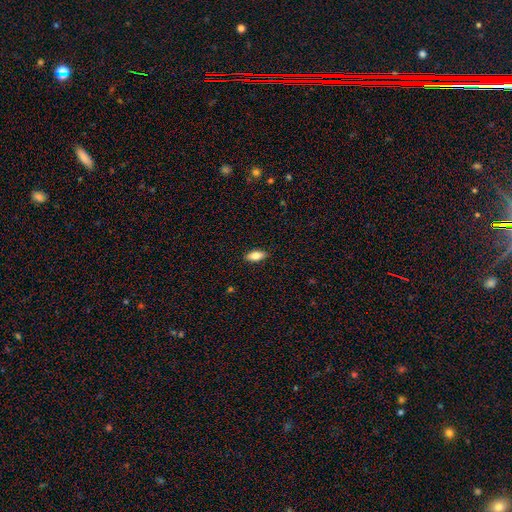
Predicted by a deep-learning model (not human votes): Overall: smooth (78%). How rounded: in between (84%). Merging: none (89%).